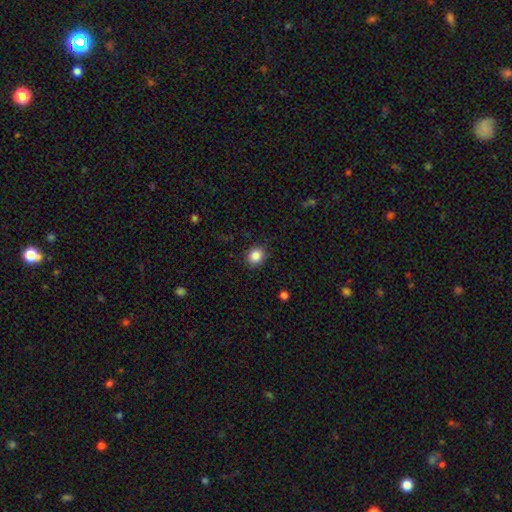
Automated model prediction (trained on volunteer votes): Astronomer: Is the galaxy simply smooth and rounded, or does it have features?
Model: smooth — 86%.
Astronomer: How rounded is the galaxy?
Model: round — 64%.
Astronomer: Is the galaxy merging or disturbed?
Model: none — 88%.